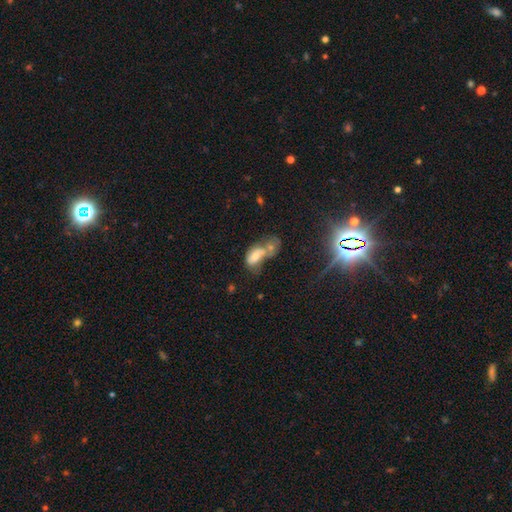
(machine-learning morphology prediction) type=smooth (64%); roundness=in between (87%); merging=merger (60%).